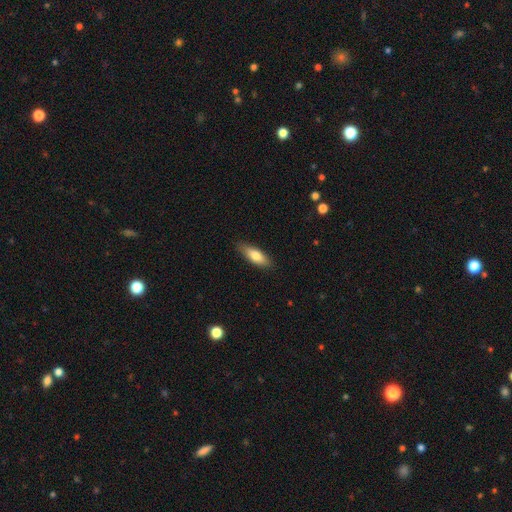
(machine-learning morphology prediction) smooth 76%, featured or disk 18%, star or artifact 6%. Down the decision tree: how rounded — in between (60%); merging — none (85%).